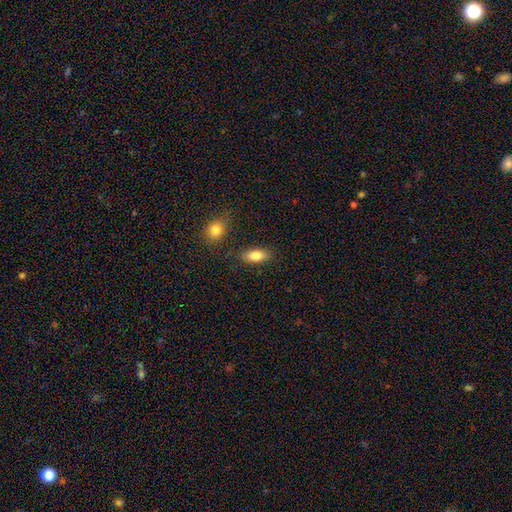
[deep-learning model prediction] smooth_or_featured: smooth (p=0.83) [alt: featured or disk p=0.10]
how_rounded: in between (p=0.84) [alt: cigar-shaped p=0.13]
merging: none (p=0.83) [alt: minor disturbance p=0.11]